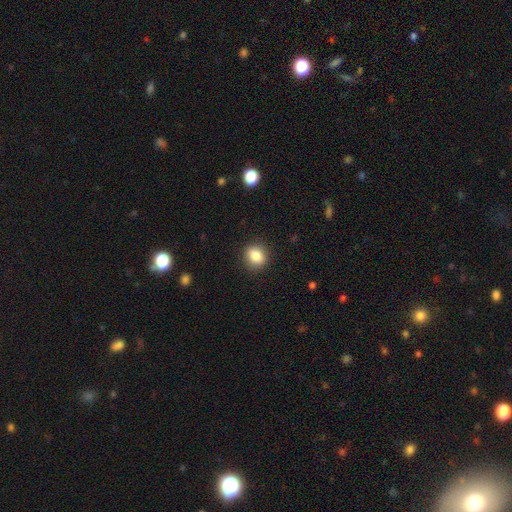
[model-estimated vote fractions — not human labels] This is clearly a smooth galaxy (86%). How rounded: possibly round (52%). Merging: clearly none (87%).